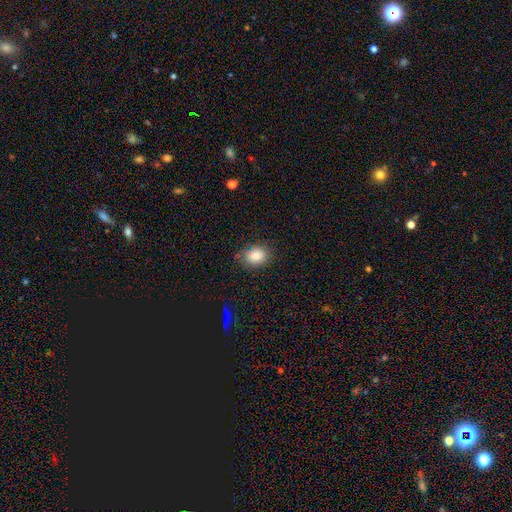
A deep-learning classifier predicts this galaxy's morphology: Smooth or featured? smooth (84%)
How rounded? in between (64%)
Merging? none (76%)